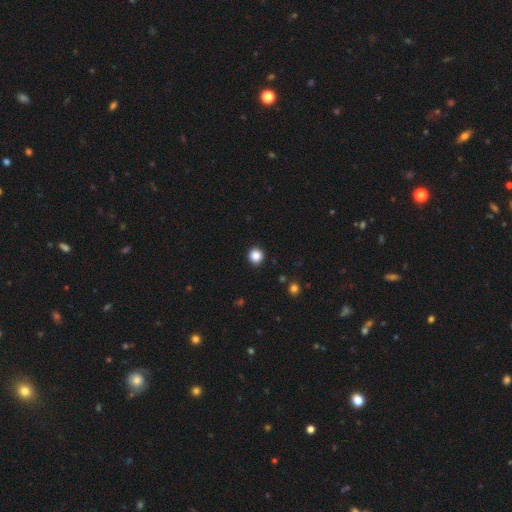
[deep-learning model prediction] Smooth or featured? smooth (86%)
How rounded? round (94%)
Merging? none (92%)